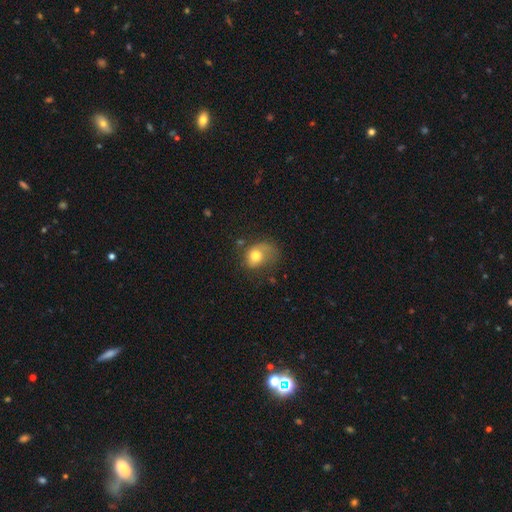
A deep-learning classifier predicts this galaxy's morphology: Smooth or featured? smooth (66%)
How rounded? round (50%)
Merging? major disturbance (34%)